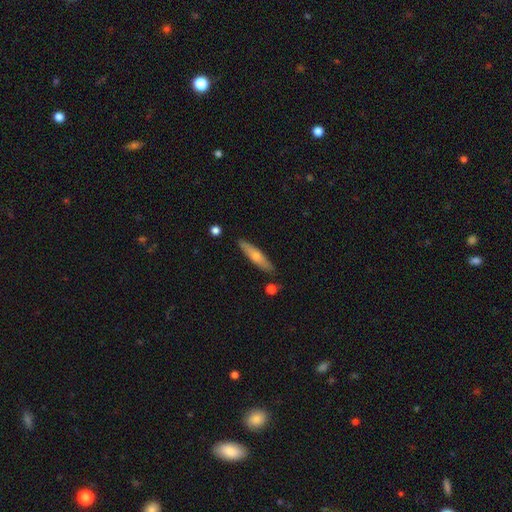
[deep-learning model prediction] The model was most divided on "smooth or featured": smooth: 52%, featured or disk: 42%, star or artifact: 7%. More confident: merging — none (86%); how rounded — cigar-shaped (83%).